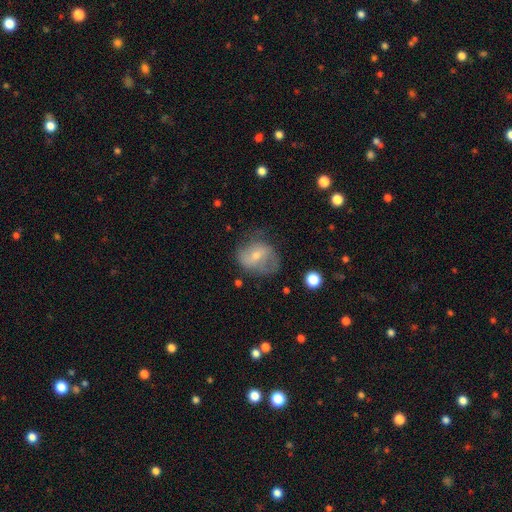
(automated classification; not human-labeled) smooth_or_featured: featured or disk (p=0.51) [alt: smooth p=0.40]
disk_edge_on: no (p=0.95) [alt: yes p=0.05]
merging: none (p=0.49) [alt: minor disturbance p=0.29]